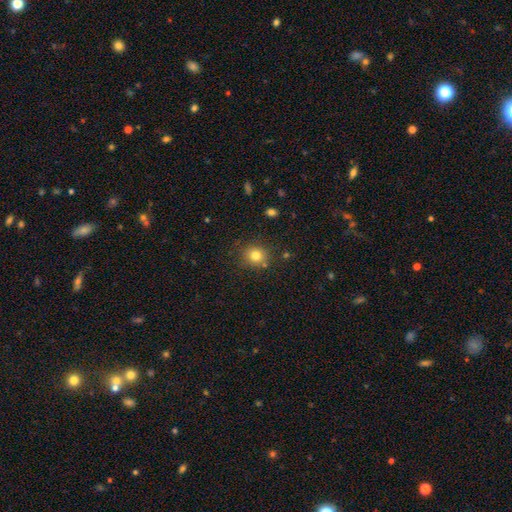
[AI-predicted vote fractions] Smooth or featured?
  - smooth: 80% *
  - star or artifact: 13%
  - featured or disk: 7%
How rounded?
  - round: 82% *
  - in between: 18%
  - cigar-shaped: 1%
Merging?
  - none: 81% *
  - minor disturbance: 11%
  - merger: 5%
  - major disturbance: 3%